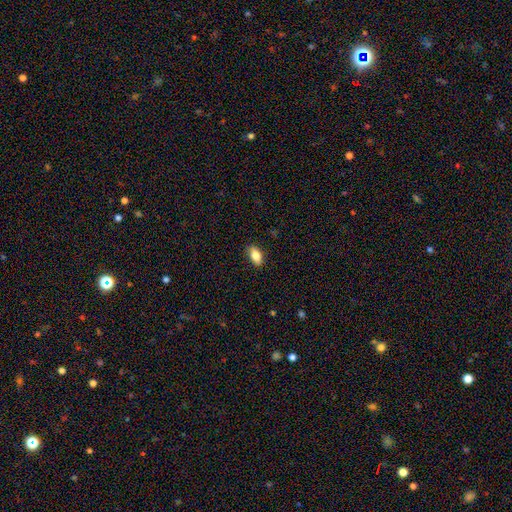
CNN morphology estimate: Overall: smooth (82%). How rounded: in between (89%). Merging: none (87%).